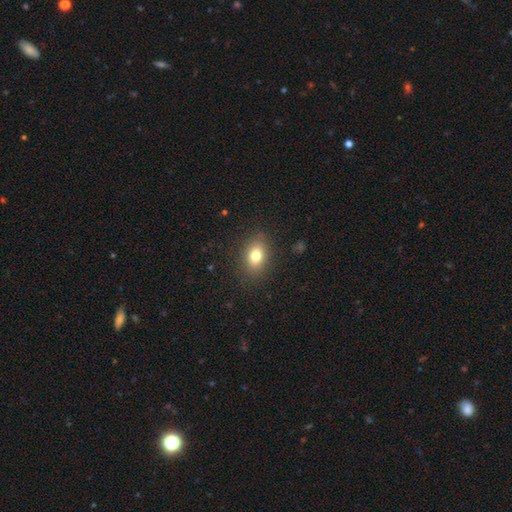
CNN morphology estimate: type=smooth (79%); roundness=in between (77%); merging=none (86%).